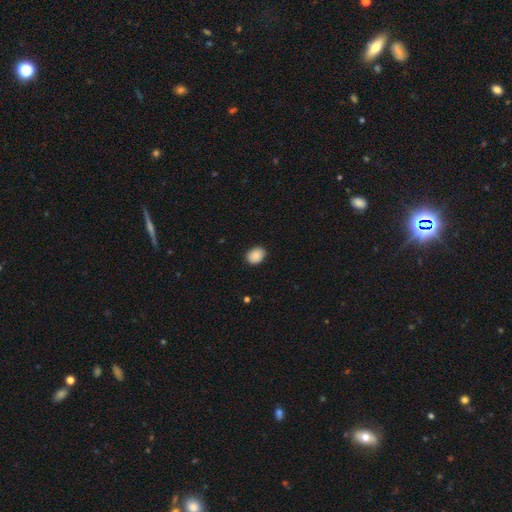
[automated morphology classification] smooth_or_featured: smooth (p=0.88) [alt: star or artifact p=0.08]
how_rounded: in between (p=0.60) [alt: round p=0.39]
merging: none (p=0.87) [alt: minor disturbance p=0.10]